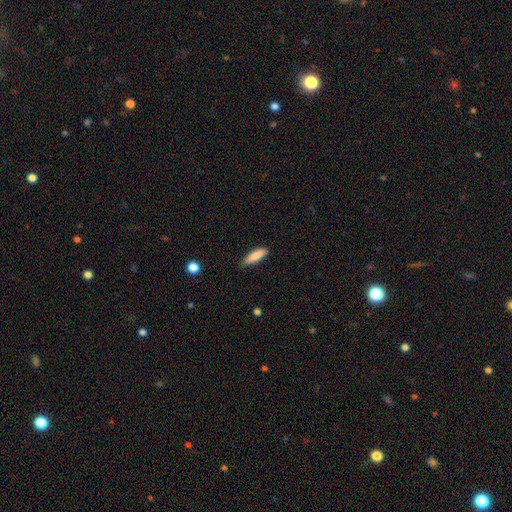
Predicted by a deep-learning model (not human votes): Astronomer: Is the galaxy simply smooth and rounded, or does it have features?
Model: smooth — 85%.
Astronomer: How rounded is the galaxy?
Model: cigar-shaped — 56% (runner-up: in between, 42%).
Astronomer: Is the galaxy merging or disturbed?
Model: none — 77%.